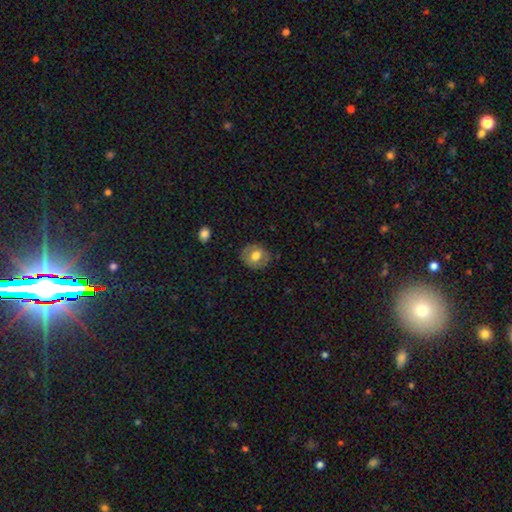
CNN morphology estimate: smooth_or_featured: smooth (p=0.64) [alt: featured or disk p=0.29]
how_rounded: round (p=0.70) [alt: in between p=0.29]
merging: none (p=0.84) [alt: minor disturbance p=0.12]